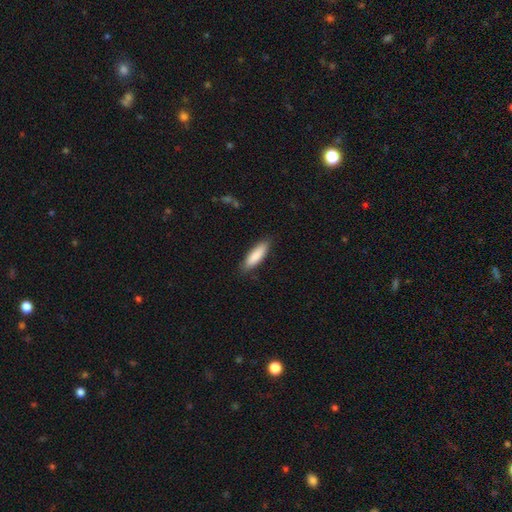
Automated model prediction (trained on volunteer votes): The model was most divided on "how rounded": cigar-shaped: 57%, in between: 42%, round: 1%. More confident: smooth or featured — smooth (86%); merging — none (86%).